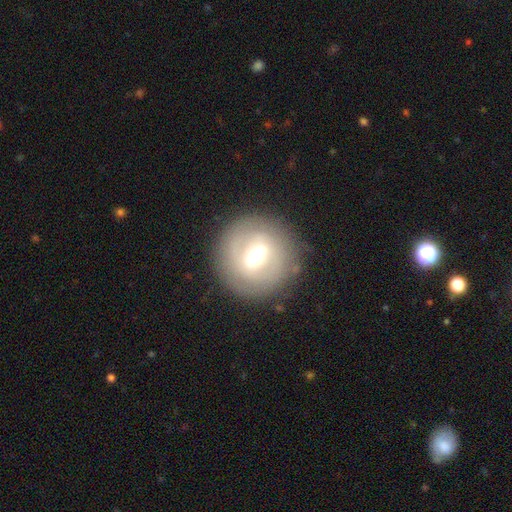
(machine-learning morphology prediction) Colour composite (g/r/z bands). It shows a featured or disk galaxy (58%) with a weak bar (47%), no spiral arms (61%) and a moderate central bulge (66%). Merging: none (84%).